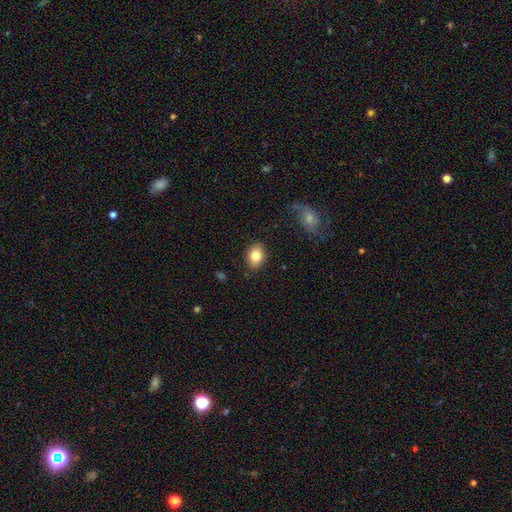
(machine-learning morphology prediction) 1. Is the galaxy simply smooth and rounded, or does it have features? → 82% smooth, 9% featured or disk, 9% star or artifact.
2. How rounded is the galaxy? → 67% in between, 32% round, 1% cigar-shaped.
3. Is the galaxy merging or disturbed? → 87% none, 10% minor disturbance, 2% major disturbance, 1% merger.